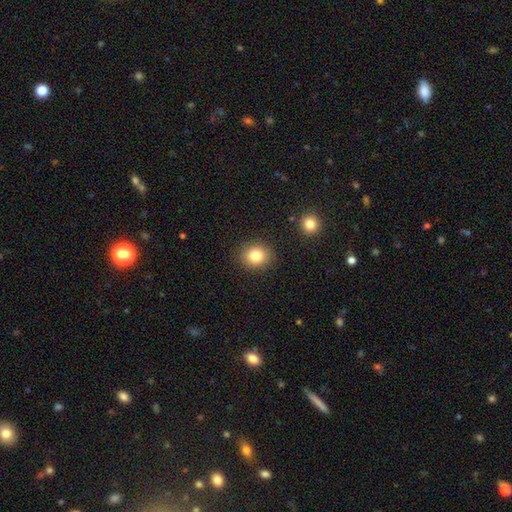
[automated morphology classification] This appears to be a smooth galaxy with no disk features (82%) that is round (74%). Merging: none (87%).